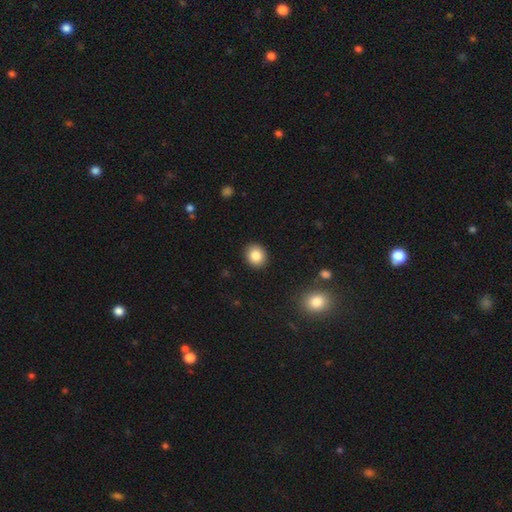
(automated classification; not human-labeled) Morphology: type=smooth (85%); roundness=round (76%); merging=none (91%).